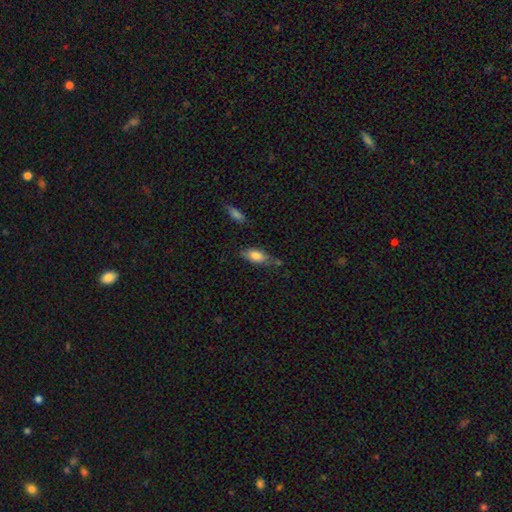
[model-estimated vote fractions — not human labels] Morphology: type=smooth (80%); roundness=in between (85%); merging=none (53%).